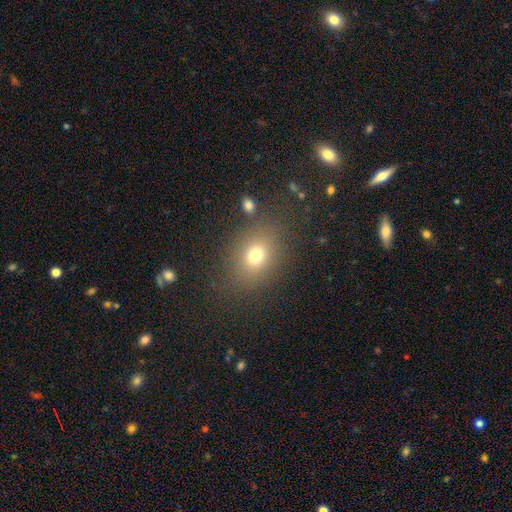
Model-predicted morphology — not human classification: The model was most divided on "how rounded": in between: 54%, round: 44%, cigar-shaped: 1%. More confident: merging — none (80%); smooth or featured — smooth (73%).